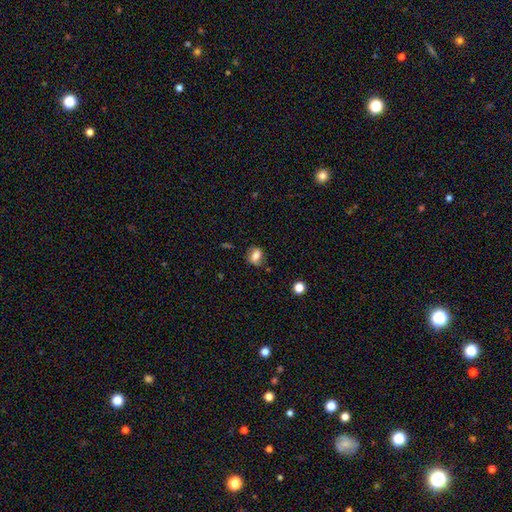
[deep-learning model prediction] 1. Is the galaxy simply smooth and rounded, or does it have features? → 67% smooth, 23% featured or disk, 11% star or artifact.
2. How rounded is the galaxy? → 57% in between, 41% round, 2% cigar-shaped.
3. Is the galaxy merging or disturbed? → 69% none, 21% minor disturbance, 7% major disturbance, 3% merger.